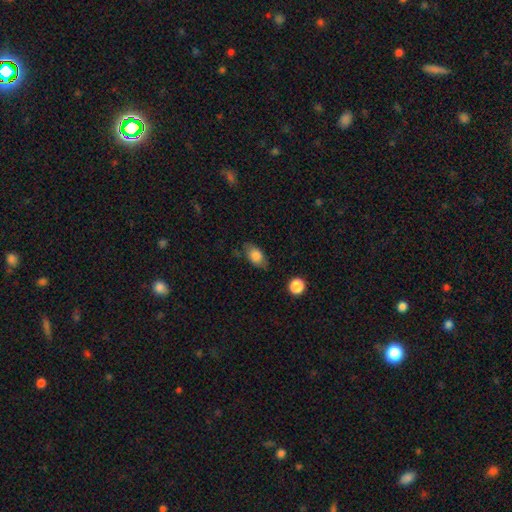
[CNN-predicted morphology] A smooth galaxy with no disk features (78%) that is in between round and cigar-shaped (83%). Merging: none (71%).